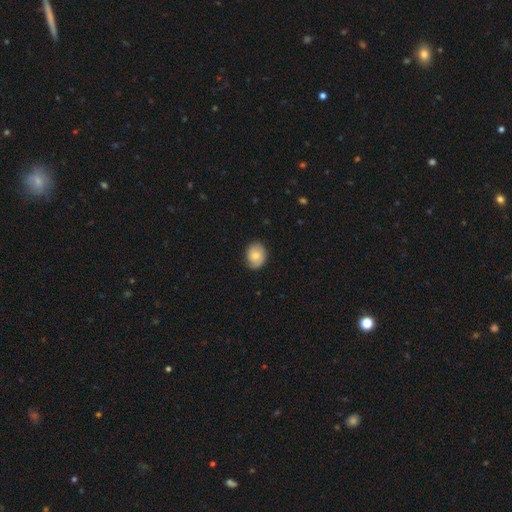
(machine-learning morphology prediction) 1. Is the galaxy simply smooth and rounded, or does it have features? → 66% smooth, 27% featured or disk, 7% star or artifact.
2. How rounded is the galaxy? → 52% in between, 47% round, 1% cigar-shaped.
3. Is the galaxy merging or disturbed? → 77% none, 18% minor disturbance, 4% major disturbance, 1% merger.